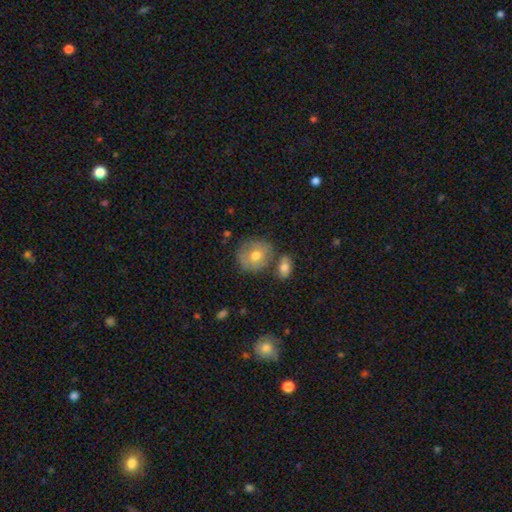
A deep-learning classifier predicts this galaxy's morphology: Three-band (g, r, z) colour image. It shows a smooth galaxy with no disk features (66%) that is round (79%). Merging: none (68%).